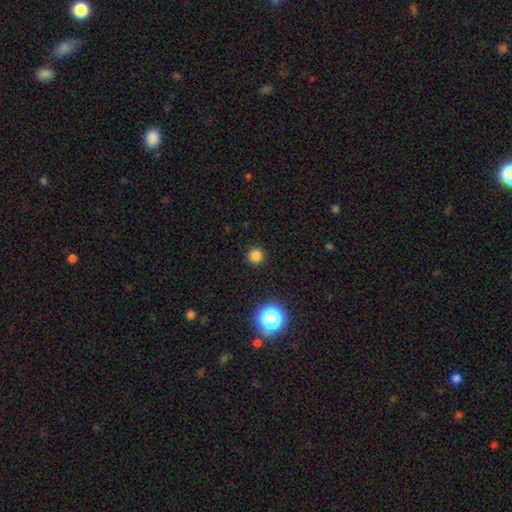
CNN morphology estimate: Smooth or featured? smooth (81%)
How rounded? round (96%)
Merging? none (92%)